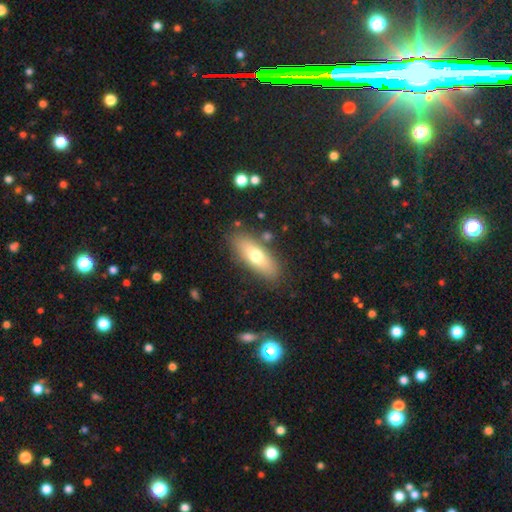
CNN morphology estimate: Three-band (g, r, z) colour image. It shows a smooth galaxy with no disk features (66%) that is in between round and cigar-shaped (66%). Merging: none (83%).